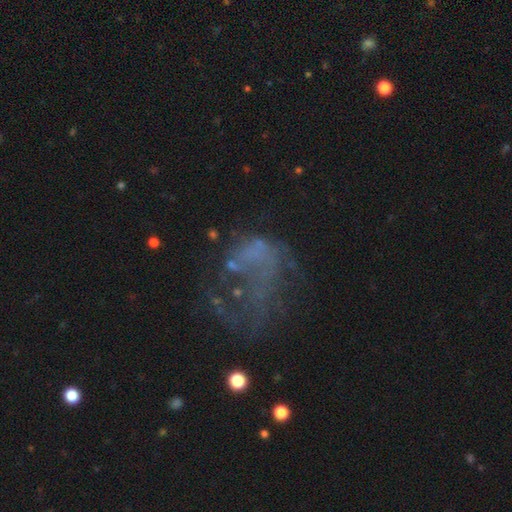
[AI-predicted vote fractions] smooth_or_featured: featured or disk (p=0.55) [alt: star or artifact p=0.23]
disk_edge_on: no (p=0.98) [alt: yes p=0.02]
bar: no (p=0.91) [alt: weak p=0.07]
has_spiral_arms: no (p=0.86) [alt: yes p=0.14]
bulge_size: none (p=0.80) [alt: small p=0.11]
merging: major disturbance (p=0.51) [alt: none p=0.28]